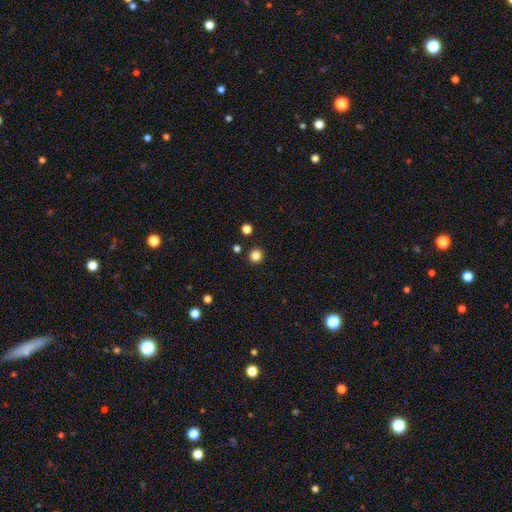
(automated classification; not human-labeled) Smooth or featured? Predicted: smooth (p=0.83). How rounded? Predicted: round (p=0.96). Merging? Predicted: none (p=0.91).